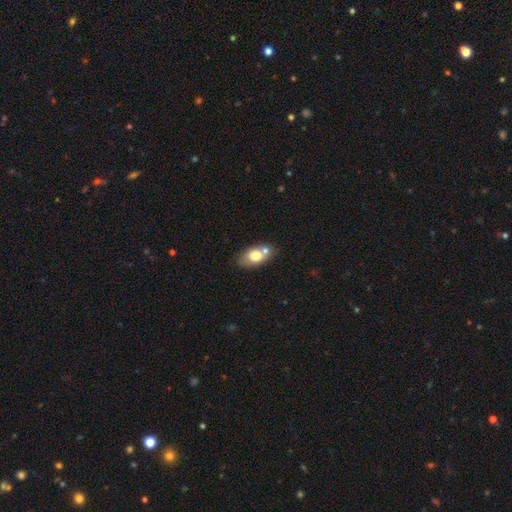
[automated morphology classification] Smooth or featured: smooth — 70% (featured or disk — 22%)
How rounded: in between — 84% (round — 13%)
Merging: none — 51% (merger — 31%)